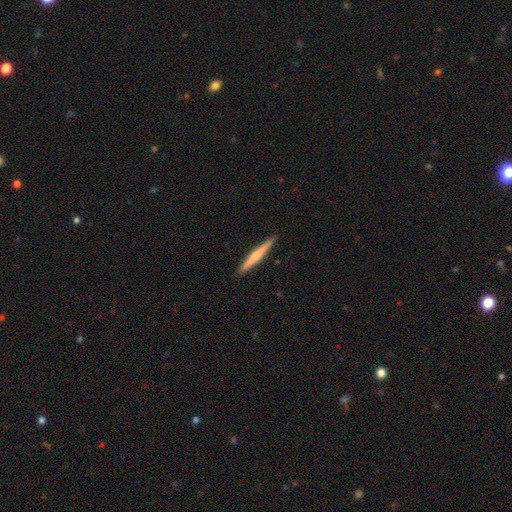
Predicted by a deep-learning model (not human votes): Smooth or featured? Predicted: smooth (p=0.49). Merging? Predicted: none (p=0.91).